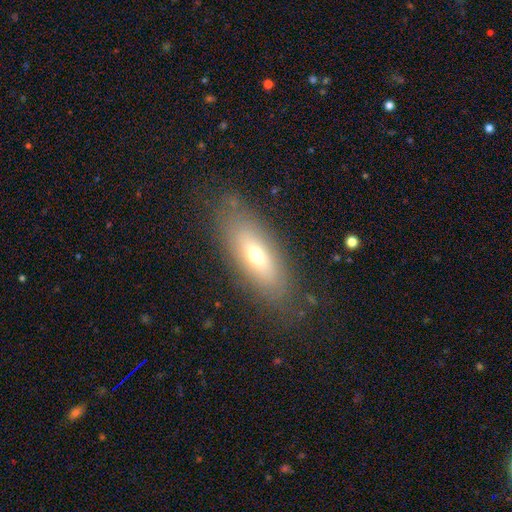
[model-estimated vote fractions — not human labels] The model was most divided on "smooth or featured": smooth: 61%, featured or disk: 30%, star or artifact: 9%. More confident: merging — none (80%); how rounded — in between (70%).